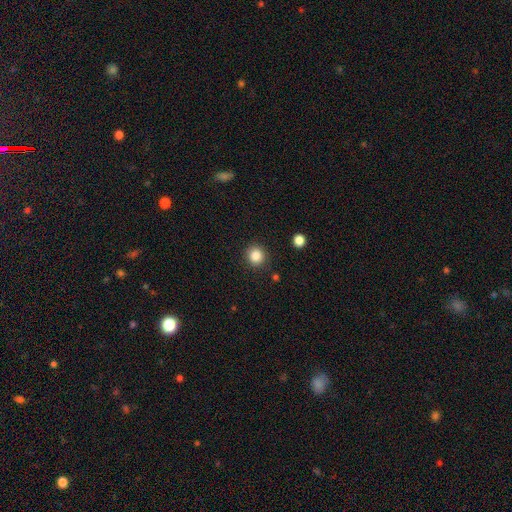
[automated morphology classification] Smooth or featured: smooth — 86% (star or artifact — 11%)
How rounded: round — 91% (in between — 8%)
Merging: none — 89% (minor disturbance — 7%)